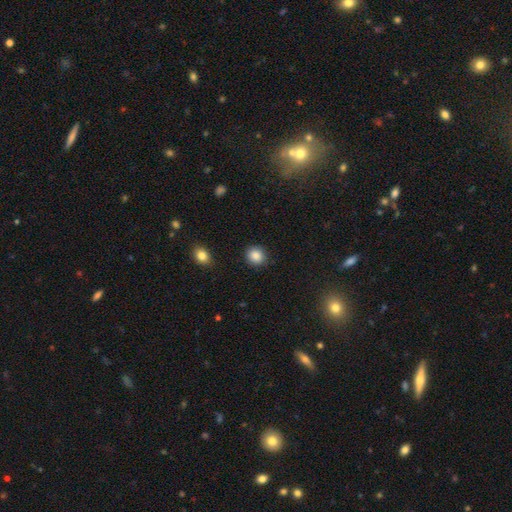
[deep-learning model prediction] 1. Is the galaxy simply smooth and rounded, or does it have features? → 87% smooth, 9% star or artifact, 4% featured or disk.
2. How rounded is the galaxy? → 83% round, 16% in between, 1% cigar-shaped.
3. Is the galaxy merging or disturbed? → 90% none, 7% minor disturbance, 2% major disturbance, 1% merger.